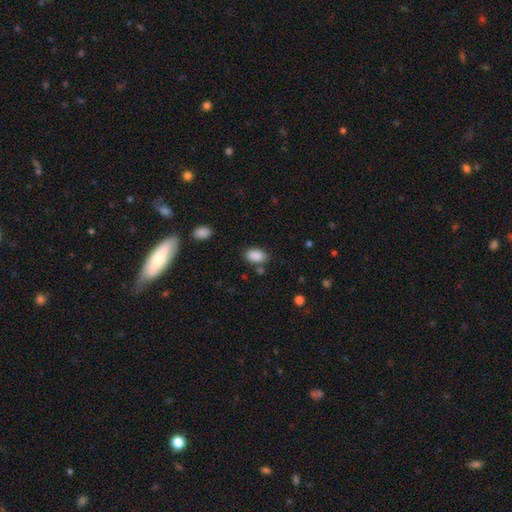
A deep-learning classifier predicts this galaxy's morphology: smooth_or_featured: smooth (p=0.88) [alt: star or artifact p=0.08]
how_rounded: in between (p=0.91) [alt: round p=0.08]
merging: none (p=0.75) [alt: minor disturbance p=0.16]